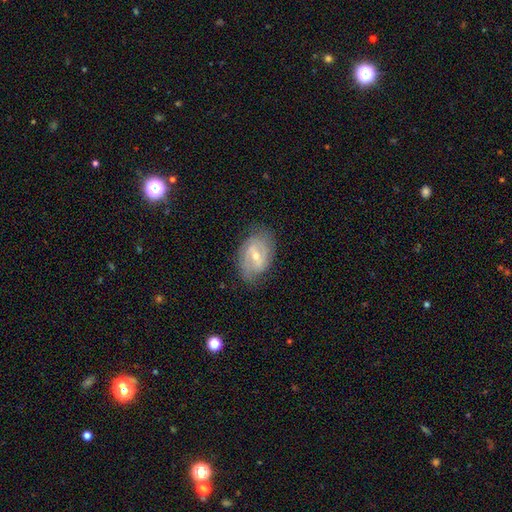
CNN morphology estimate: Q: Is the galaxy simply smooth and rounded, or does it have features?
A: featured or disk — 78%.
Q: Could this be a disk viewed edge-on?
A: no — 96%.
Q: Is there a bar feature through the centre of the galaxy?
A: weak — 53%.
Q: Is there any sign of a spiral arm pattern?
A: yes — 89%.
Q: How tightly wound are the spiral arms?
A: tight — 47%.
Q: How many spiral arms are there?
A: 2 — 65%.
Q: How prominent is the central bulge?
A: small — 52%.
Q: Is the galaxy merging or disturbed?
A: none — 75%.